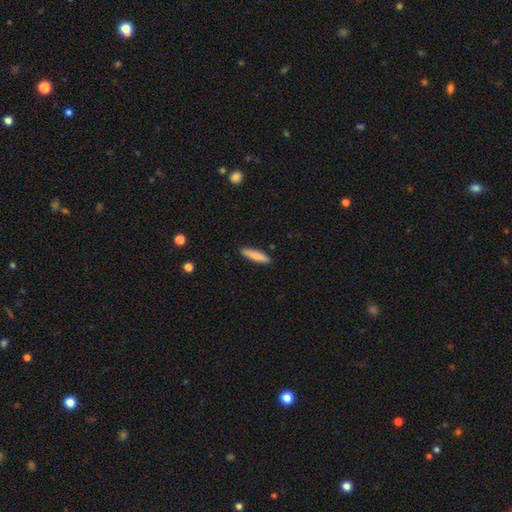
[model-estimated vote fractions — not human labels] The model was most divided on "how rounded": cigar-shaped: 75%, in between: 23%, round: 2%. More confident: merging — none (89%); smooth or featured — smooth (84%).